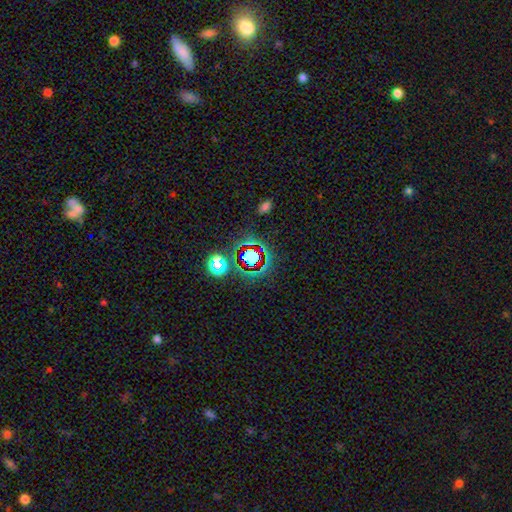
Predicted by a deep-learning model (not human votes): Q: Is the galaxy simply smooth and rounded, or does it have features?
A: star or artifact — 67%.